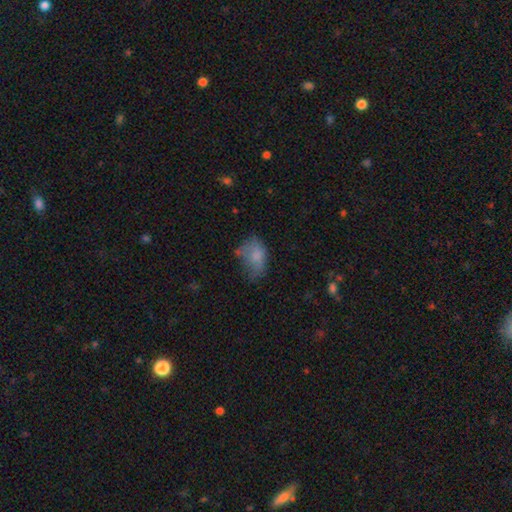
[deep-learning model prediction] smooth_or_featured: smooth (p=0.70) [alt: featured or disk p=0.20]
how_rounded: in between (p=0.83) [alt: round p=0.15]
merging: minor disturbance (p=0.33) [tied with: none p=0.33]